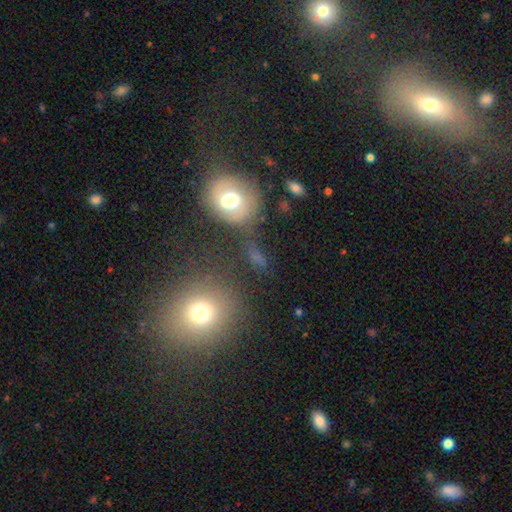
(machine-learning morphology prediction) This appears to be a smooth galaxy with no disk features (57%) that is round (56%). Merging: none (58%).